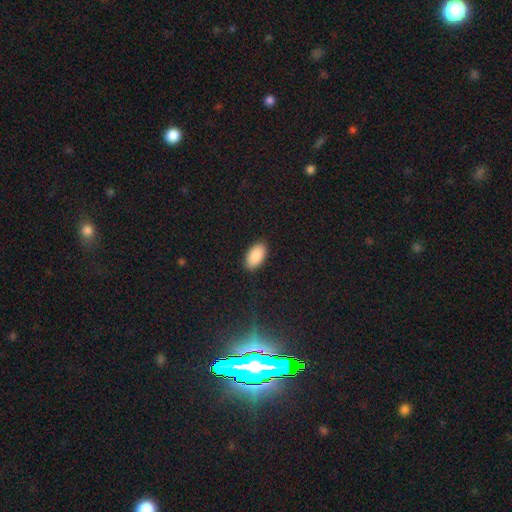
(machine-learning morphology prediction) This appears to be a smooth galaxy with no disk features (90%) that is in between round and cigar-shaped (96%). Merging: none (90%).